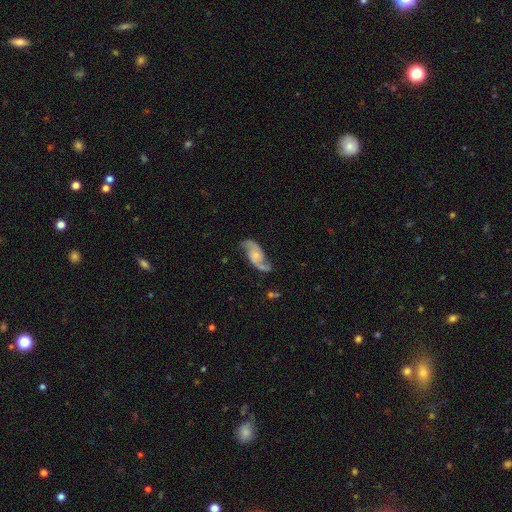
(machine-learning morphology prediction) featured or disk 85%, smooth 10%, star or artifact 5%. Down the decision tree: edge-on disk — no (96%); bar — no (63%); spiral arms — yes (96%); spiral arm count — 2 (93%); spiral winding — loose (58%); bulge size — small (55%); merging — none (73%).